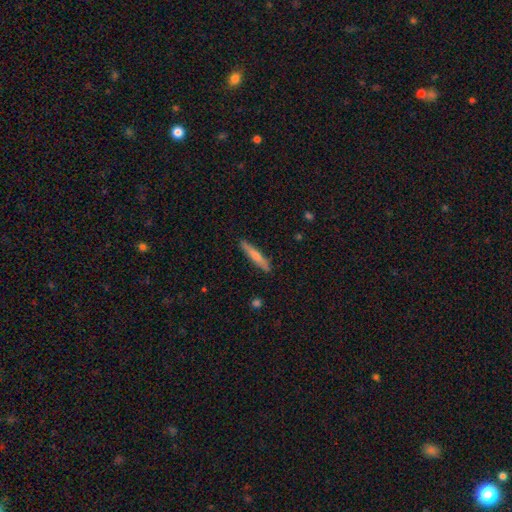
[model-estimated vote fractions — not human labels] This is possibly a smooth galaxy (56%). How rounded: clearly cigar-shaped (93%). Merging: clearly none (89%).